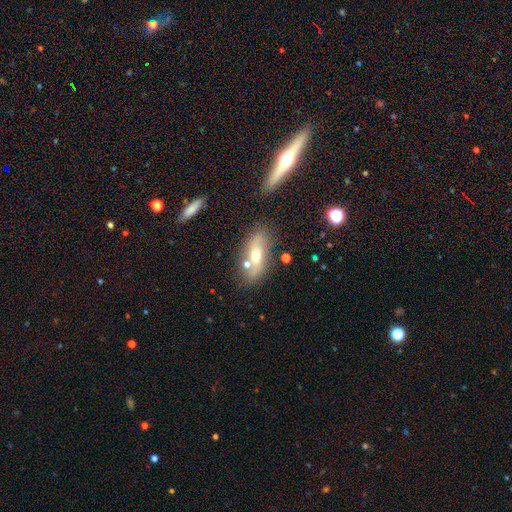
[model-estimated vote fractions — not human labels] smooth-or-featured: smooth: 48% | featured or disk: 43% | star or artifact: 9%
  merging: none: 67% | minor disturbance: 15% | merger: 13% | major disturbance: 5%